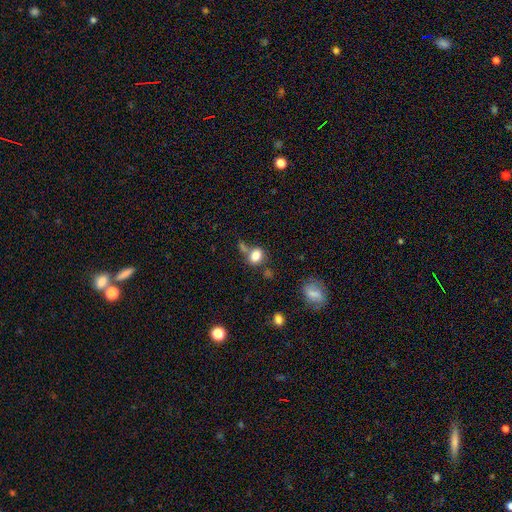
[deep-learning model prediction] Smooth or featured? smooth (81%)
How rounded? in between (60%)
Merging? none (49%)